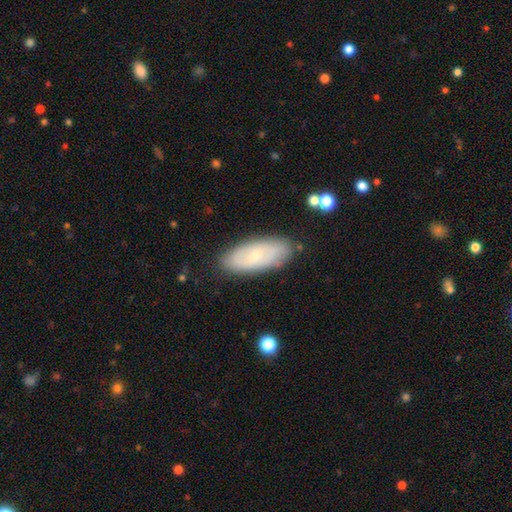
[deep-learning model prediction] smooth-or-featured: smooth: 48% | featured or disk: 45% | star or artifact: 7%
  merging: none: 82% | minor disturbance: 13% | major disturbance: 3% | merger: 2%